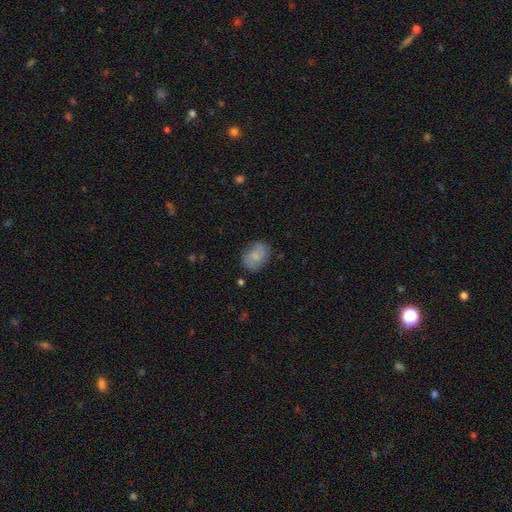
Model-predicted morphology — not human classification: A smooth galaxy with no disk features (64%) that is in between round and cigar-shaped (71%). Merging: none (75%).